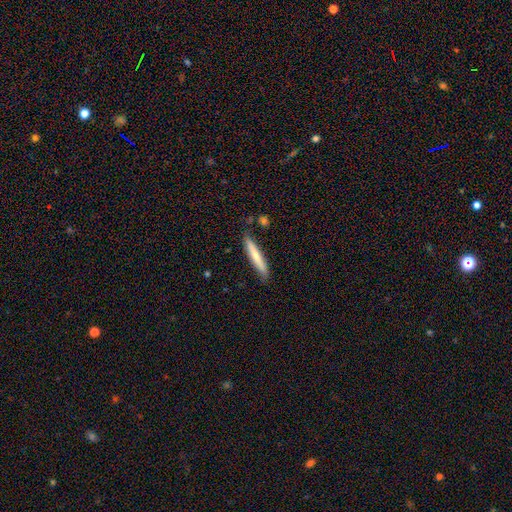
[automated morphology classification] Overall: smooth (70%). How rounded: cigar-shaped (93%). Merging: none (83%).